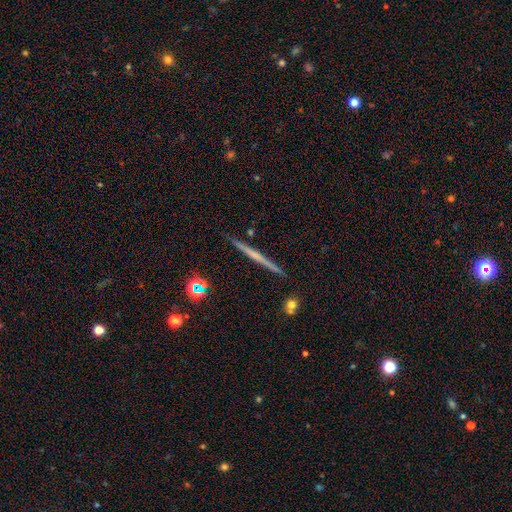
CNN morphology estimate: Overall: featured or disk (62%; smooth 30%). Edge-on disk: yes (98%). Edge-on bulge: none (77%). Merging: none (91%).